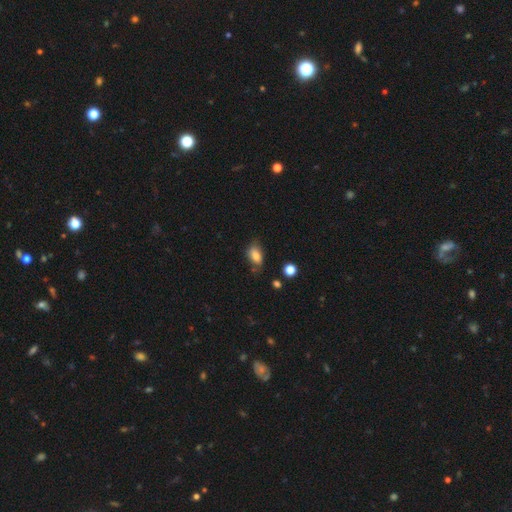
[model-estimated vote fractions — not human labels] Smooth or featured: smooth — 79% (featured or disk — 11%)
How rounded: in between — 87% (round — 10%)
Merging: none — 66% (minor disturbance — 25%)